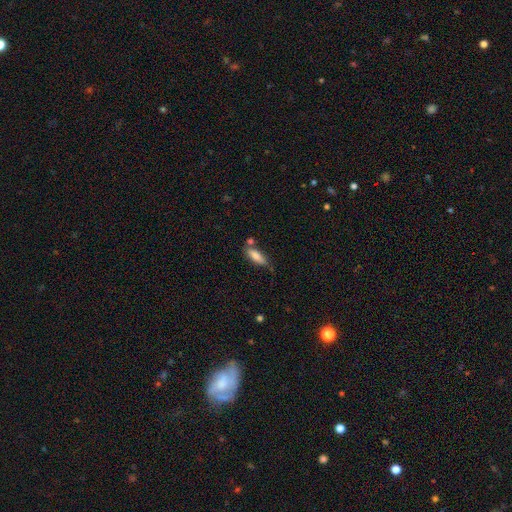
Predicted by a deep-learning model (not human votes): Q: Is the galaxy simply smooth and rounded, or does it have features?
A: smooth — 78%.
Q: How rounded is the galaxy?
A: in between — 55%.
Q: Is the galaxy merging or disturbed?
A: none — 64%.